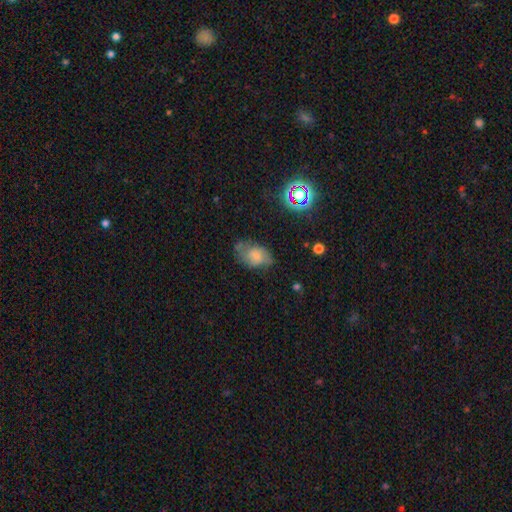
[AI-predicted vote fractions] smooth 54%, featured or disk 35%, star or artifact 12%. Down the decision tree: how rounded — in between (87%); merging — none (52%).